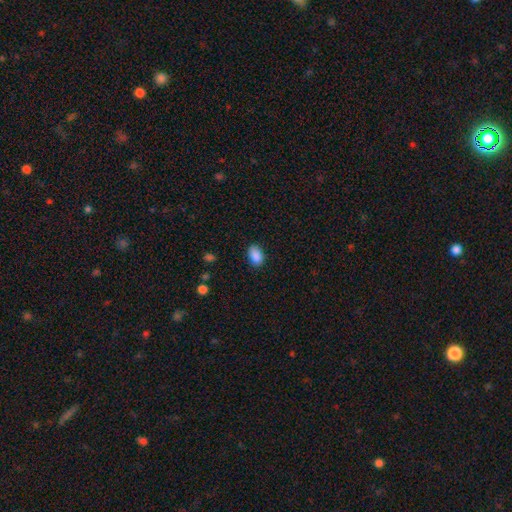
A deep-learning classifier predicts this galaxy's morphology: Smooth or featured? smooth (89%)
How rounded? in between (87%)
Merging? none (83%)